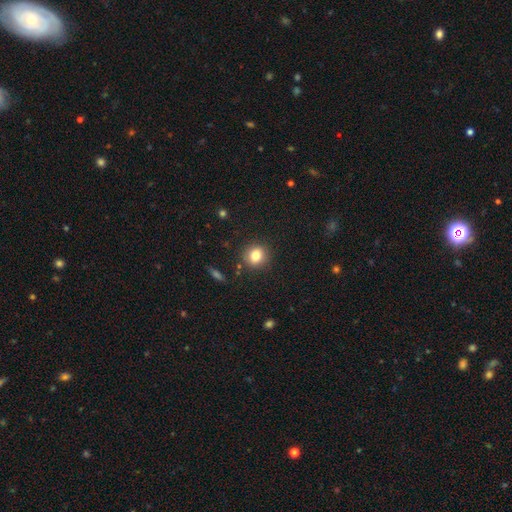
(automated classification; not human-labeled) Overall: smooth (81%). How rounded: round (84%). Merging: none (88%).